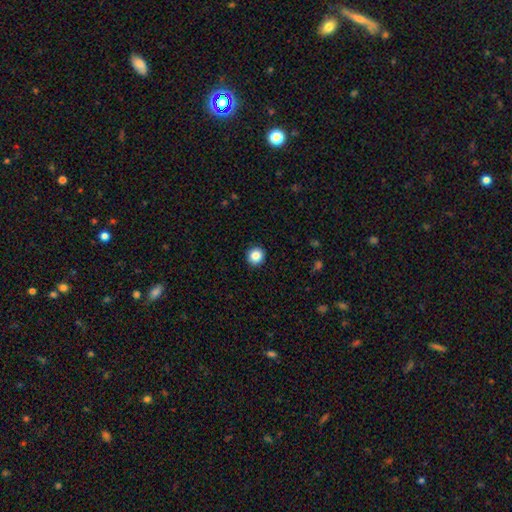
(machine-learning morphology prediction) This is clearly a smooth galaxy (86%). How rounded: clearly round (94%). Merging: clearly none (93%).